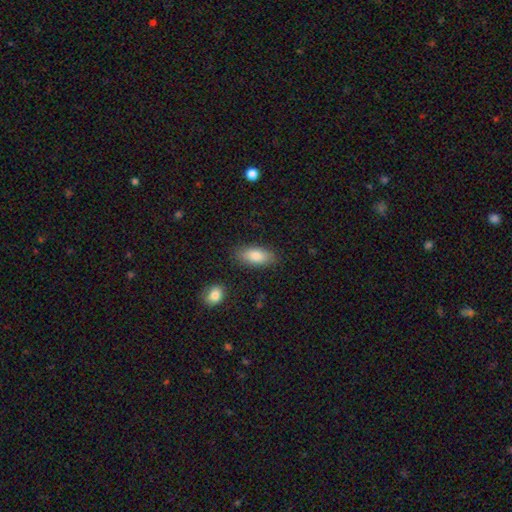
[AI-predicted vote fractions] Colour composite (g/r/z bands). It shows a smooth galaxy with no disk features (84%) that is in between round and cigar-shaped (86%). Merging: none (84%).